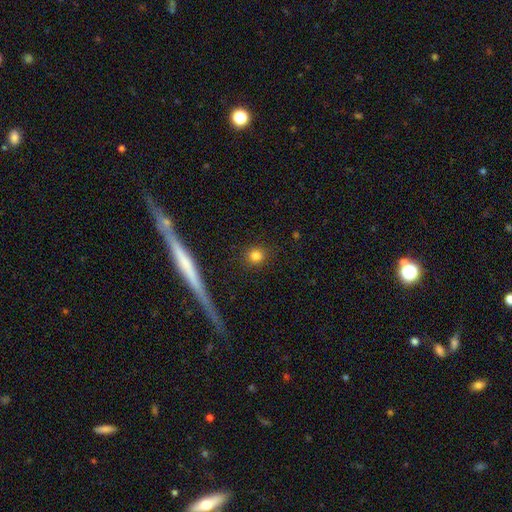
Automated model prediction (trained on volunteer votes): The model was most divided on "smooth or featured": smooth: 81%, star or artifact: 12%, featured or disk: 7%. More confident: merging — none (90%); how rounded — round (90%).